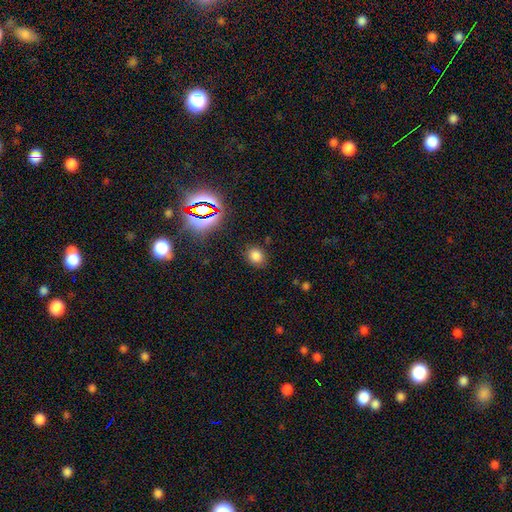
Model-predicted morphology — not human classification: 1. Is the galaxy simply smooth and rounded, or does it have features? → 76% smooth, 19% star or artifact, 6% featured or disk.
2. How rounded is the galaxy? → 61% round, 38% in between, 1% cigar-shaped.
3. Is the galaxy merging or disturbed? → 83% none, 11% minor disturbance, 4% major disturbance, 2% merger.